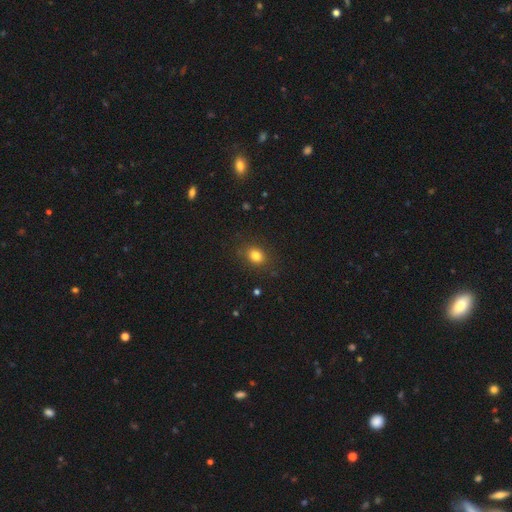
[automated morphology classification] The model was most divided on "how rounded": round: 53%, in between: 46%, cigar-shaped: 1%. More confident: merging — none (85%); smooth or featured — smooth (82%).